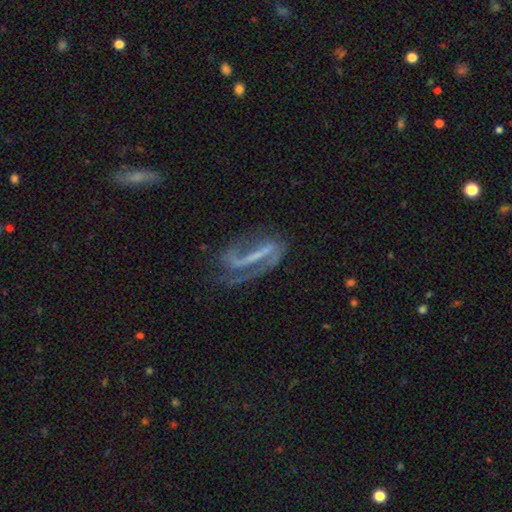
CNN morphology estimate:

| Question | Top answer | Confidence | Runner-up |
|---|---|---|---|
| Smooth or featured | featured or disk | 83% | star or artifact (9%) |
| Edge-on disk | no | 91% | yes (9%) |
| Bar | strong | 63% | weak (23%) |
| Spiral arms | yes | 88% | no (12%) |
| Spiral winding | loose | 44% | medium (39%) |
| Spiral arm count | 2 | 68% | 1 (22%) |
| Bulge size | none | 51% | small (36%) |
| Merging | none | 51% | major disturbance (25%) |